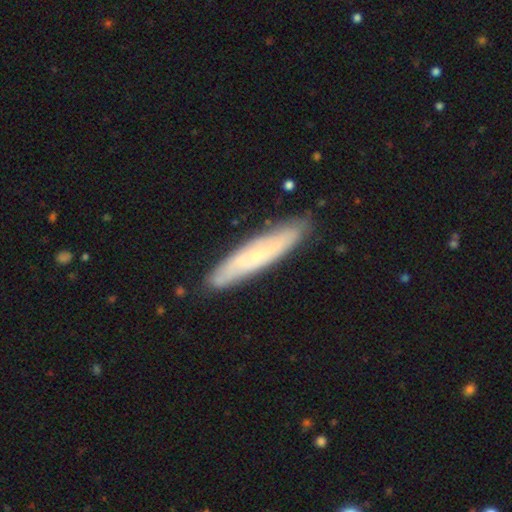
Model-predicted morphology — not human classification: Smooth or featured? featured or disk (54%)
Edge-on disk? yes (53%)
Merging? none (85%)